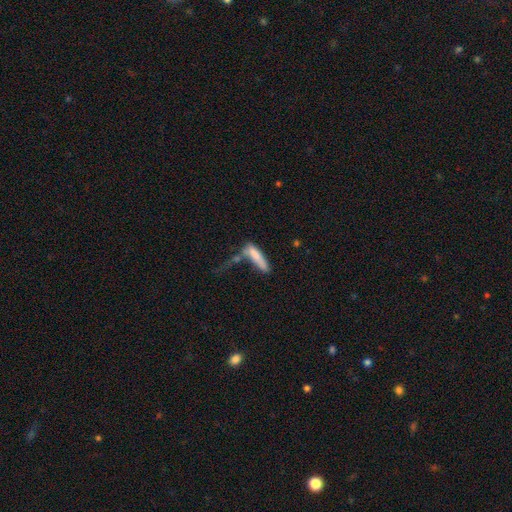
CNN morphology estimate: This appears to be a smooth galaxy with no disk features (72%) that is cigar-shaped (70%). Merging: none (28%).